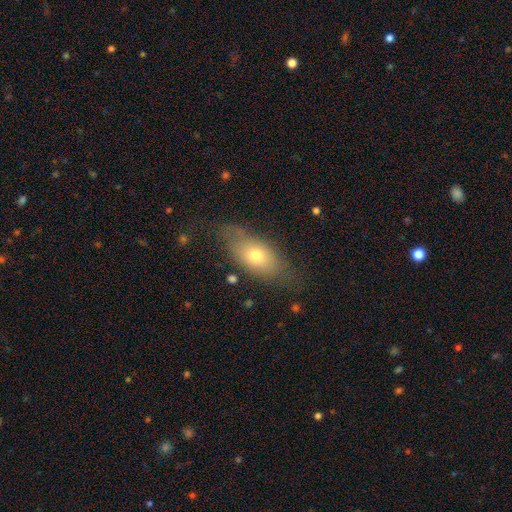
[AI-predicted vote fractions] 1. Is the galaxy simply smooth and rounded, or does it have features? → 68% smooth, 23% featured or disk, 9% star or artifact.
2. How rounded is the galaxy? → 84% in between, 8% cigar-shaped, 8% round.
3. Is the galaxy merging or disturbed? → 64% none, 23% minor disturbance, 11% major disturbance, 2% merger.